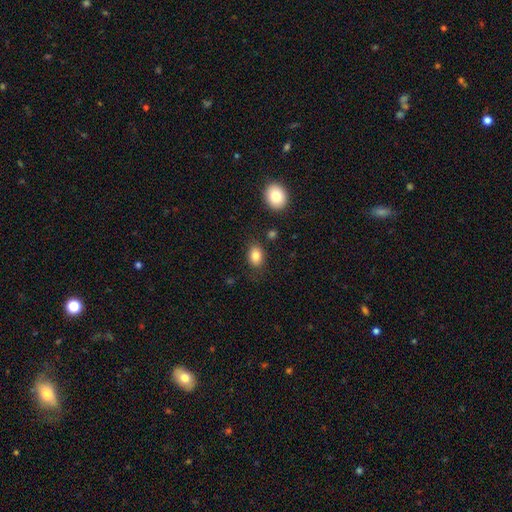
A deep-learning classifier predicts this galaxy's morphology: Overall: smooth (83%). How rounded: in between (74%). Merging: none (79%).